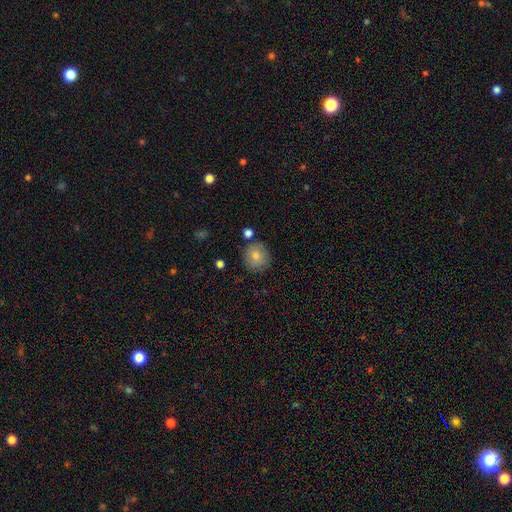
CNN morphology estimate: Smooth or featured? smooth (76%)
How rounded? round (90%)
Merging? none (82%)